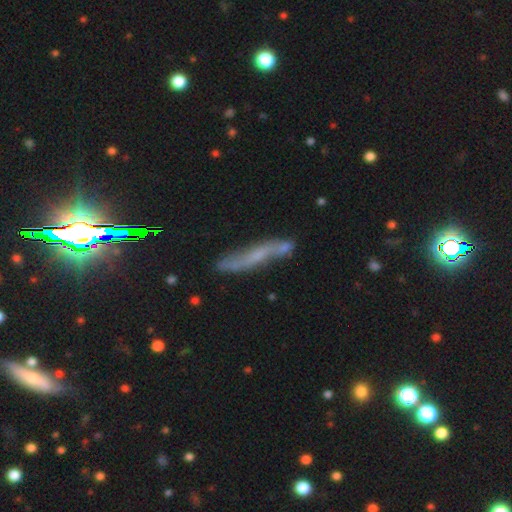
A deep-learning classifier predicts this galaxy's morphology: This appears to be a featured or disk galaxy (54%) viewed edge-on (59%). Merging: none (62%).